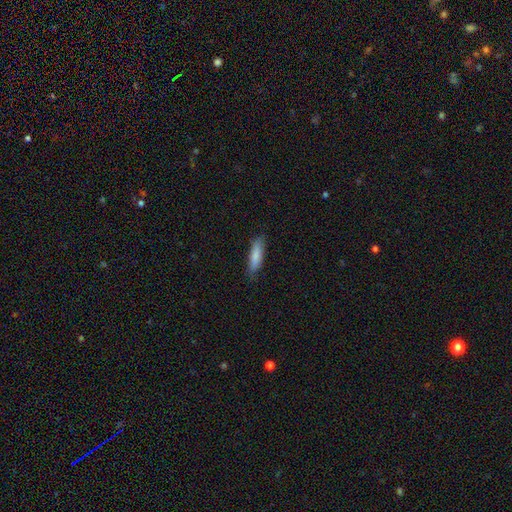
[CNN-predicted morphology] type=smooth (84%); roundness=cigar-shaped (63%); merging=none (82%).